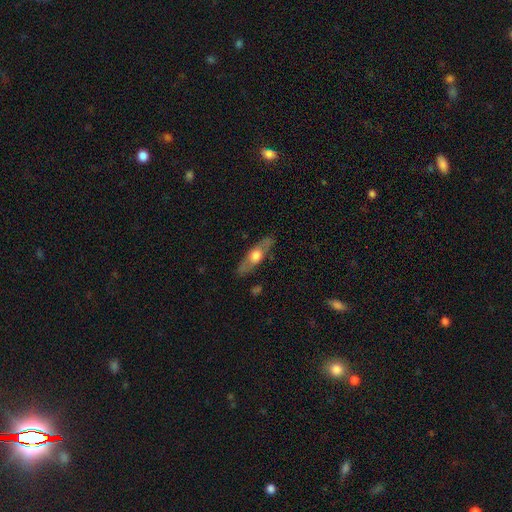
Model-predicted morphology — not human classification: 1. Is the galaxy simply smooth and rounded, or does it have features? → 53% featured or disk, 41% smooth, 6% star or artifact.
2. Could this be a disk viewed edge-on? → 70% yes, 30% no.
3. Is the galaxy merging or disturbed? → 83% none, 12% minor disturbance, 4% major disturbance, 1% merger.